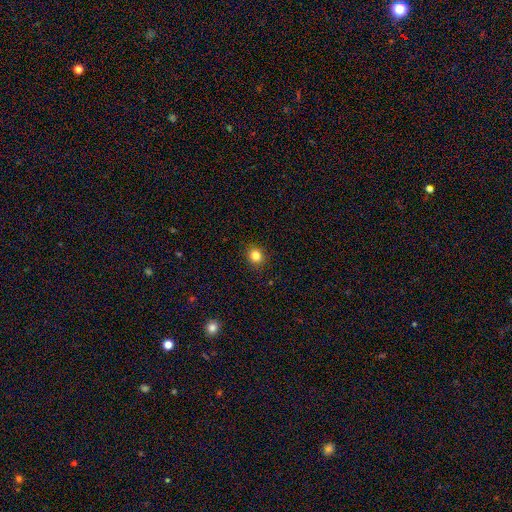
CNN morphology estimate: This appears to be a smooth galaxy with no disk features (83%) that is round (78%). Merging: none (90%).